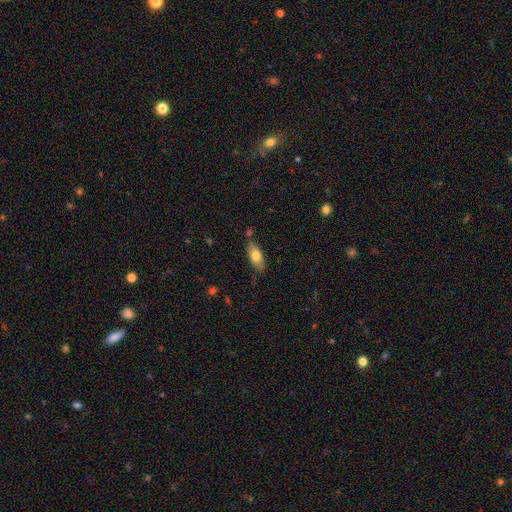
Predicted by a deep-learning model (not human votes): smooth-or-featured: smooth: 72% | featured or disk: 21% | star or artifact: 7%
  how-rounded: in between: 78% | cigar-shaped: 19% | round: 3%
  merging: none: 74% | minor disturbance: 18% | merger: 5% | major disturbance: 4%